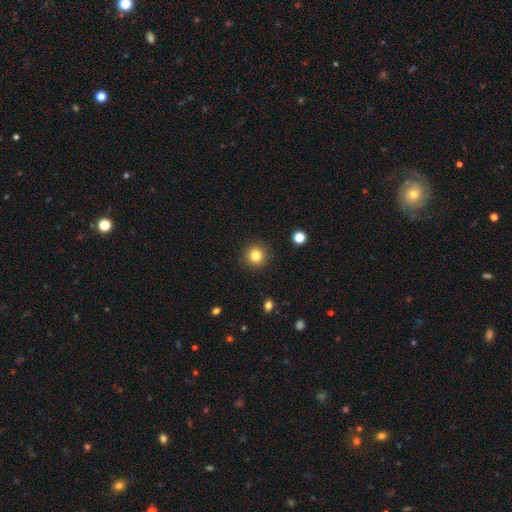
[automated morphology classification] Smooth or featured? smooth (82%)
How rounded? round (94%)
Merging? none (91%)